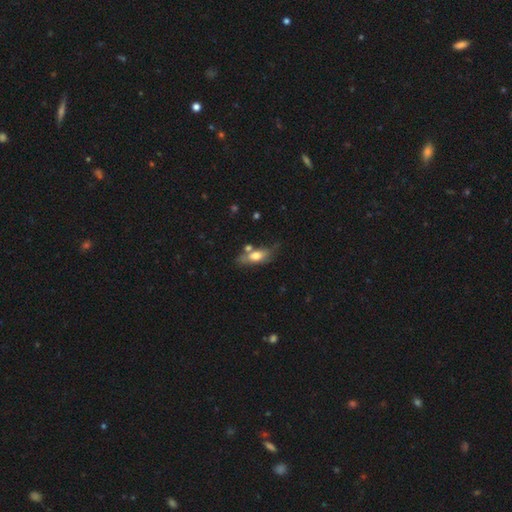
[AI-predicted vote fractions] Smooth or featured: smooth — 64% (featured or disk — 29%)
How rounded: in between — 73% (cigar-shaped — 22%)
Merging: none — 53% (minor disturbance — 23%)